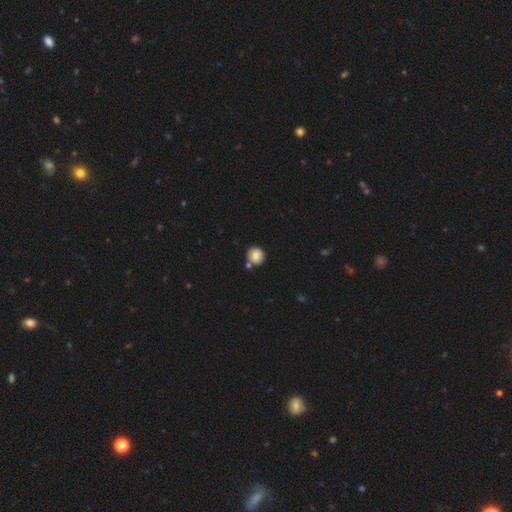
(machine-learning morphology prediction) Overall: smooth (85%). How rounded: round (90%). Merging: none (72%).